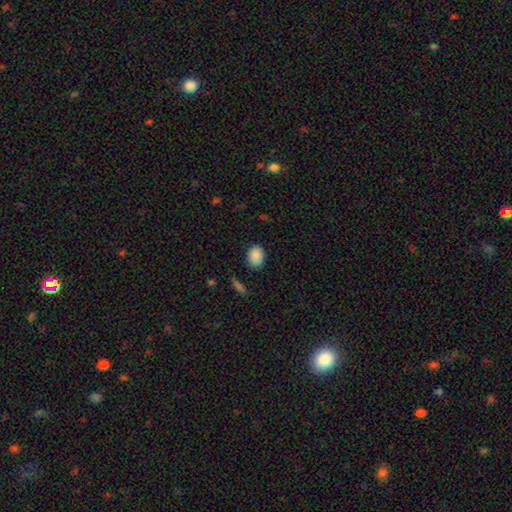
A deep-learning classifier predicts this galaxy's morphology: Smooth or featured?
  - smooth: 88% *
  - star or artifact: 8%
  - featured or disk: 4%
How rounded?
  - in between: 66% *
  - round: 33%
  - cigar-shaped: 1%
Merging?
  - none: 81% *
  - minor disturbance: 15%
  - major disturbance: 3%
  - merger: 2%